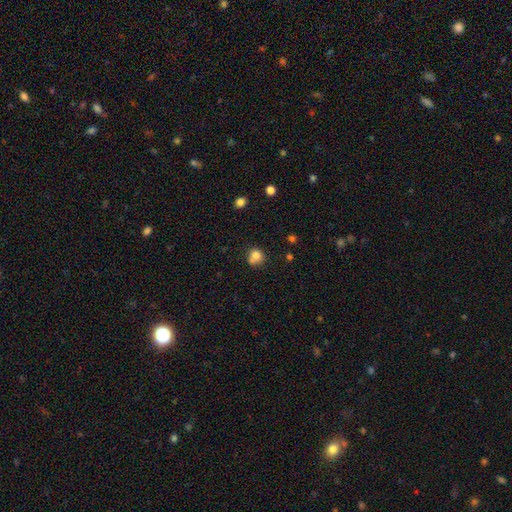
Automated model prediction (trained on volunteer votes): Smooth or featured: smooth — 79% (star or artifact — 12%)
How rounded: round — 84% (in between — 15%)
Merging: none — 56% (merger — 23%)